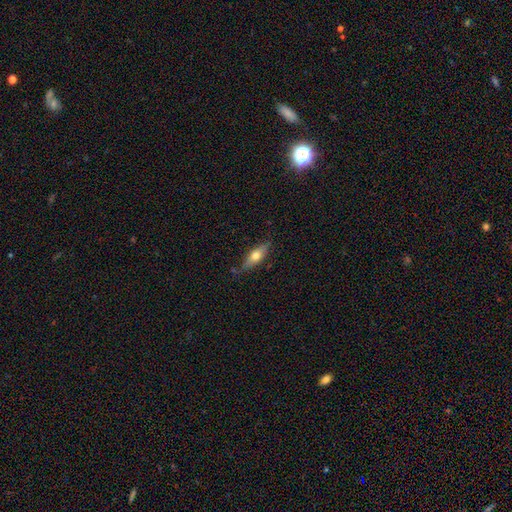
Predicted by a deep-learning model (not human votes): This appears to be a smooth galaxy with no disk features (56%) that is in between round and cigar-shaped (53%). Merging: none (75%).